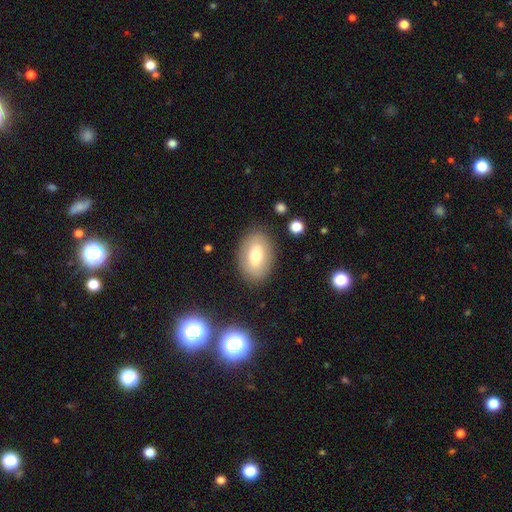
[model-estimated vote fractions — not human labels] Q: Smooth or featured?
A: smooth (68%); runner-up: featured or disk (22%)
Q: How rounded?
A: in between (85%); runner-up: round (14%)
Q: Merging?
A: none (85%); runner-up: minor disturbance (10%)